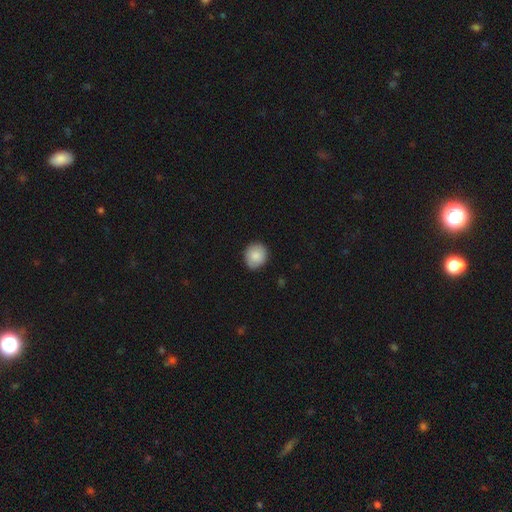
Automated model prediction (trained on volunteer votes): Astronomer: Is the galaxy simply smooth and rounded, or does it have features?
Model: smooth — 85%.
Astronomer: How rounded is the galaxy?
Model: round — 81%.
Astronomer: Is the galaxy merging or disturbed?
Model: none — 86%.